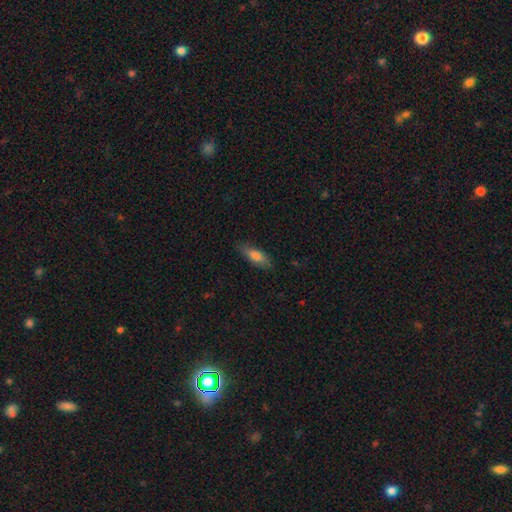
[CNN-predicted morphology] This is likely a smooth galaxy (78%). How rounded: likely in between (66%). Merging: likely none (78%).